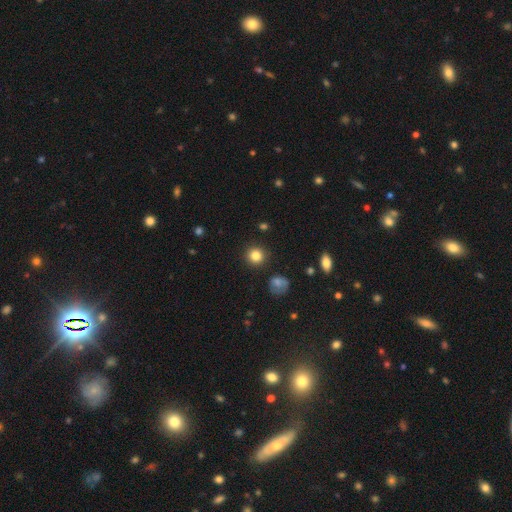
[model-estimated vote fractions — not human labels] Smooth or featured: smooth — 83% (star or artifact — 12%)
How rounded: round — 94% (in between — 5%)
Merging: none — 91% (minor disturbance — 6%)